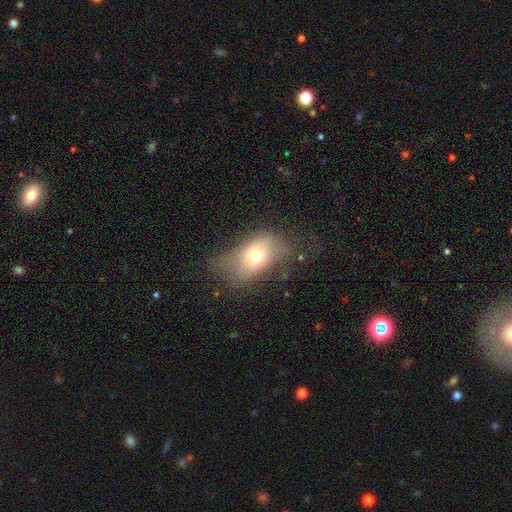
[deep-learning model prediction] smooth_or_featured: smooth (p=0.65) [alt: featured or disk p=0.24]
how_rounded: in between (p=0.81) [alt: round p=0.16]
merging: none (p=0.46) [alt: minor disturbance p=0.31]